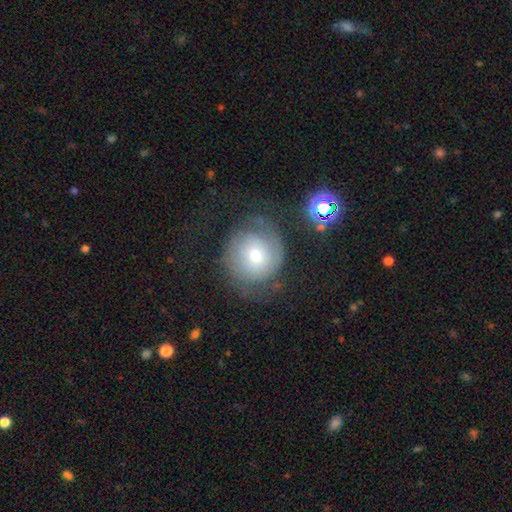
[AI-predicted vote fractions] Smooth or featured? featured or disk (51%)
Edge-on disk? no (97%)
Merging? none (61%)